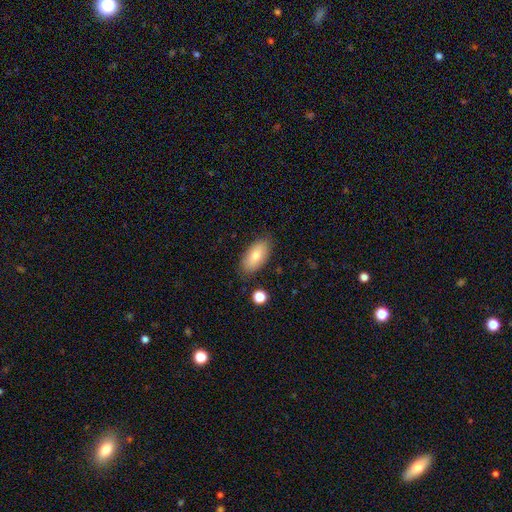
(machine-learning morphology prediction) smooth_or_featured: smooth (p=0.77) [alt: featured or disk p=0.16]
how_rounded: in between (p=0.92) [alt: cigar-shaped p=0.05]
merging: none (p=0.82) [alt: minor disturbance p=0.13]